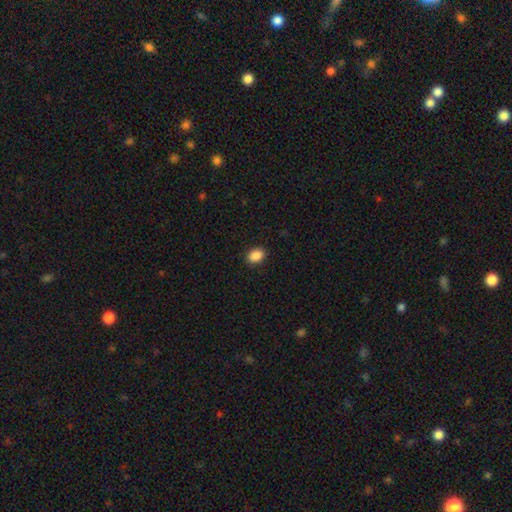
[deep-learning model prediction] Smooth or featured? Predicted: smooth (p=0.89). How rounded? Predicted: in between (p=0.75). Merging? Predicted: none (p=0.90).